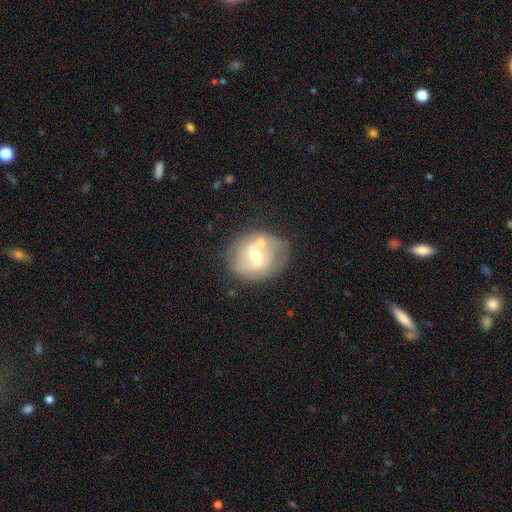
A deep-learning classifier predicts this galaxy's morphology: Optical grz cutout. It shows a featured or disk galaxy (56%) with a weak bar (42%), no spiral arms (61%) and a moderate central bulge (69%). Merging: none (59%).